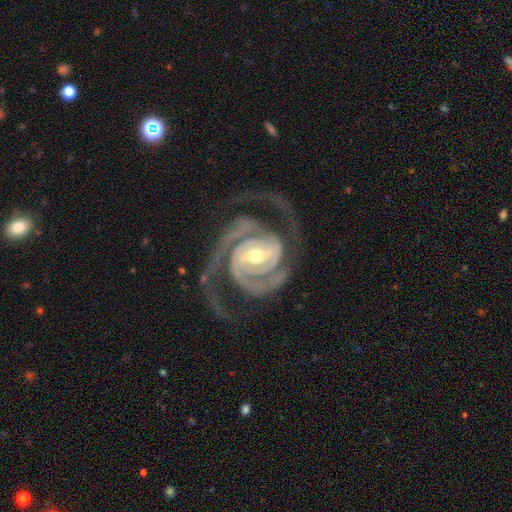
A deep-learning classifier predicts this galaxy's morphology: The model was most divided on "bar": strong: 50%, weak: 34%, no: 16%. More confident: spiral arms — yes (99%); edge-on disk — no (98%); smooth or featured — featured or disk (94%); merging — none (73%); spiral arm count — 2 (67%); bulge size — moderate (60%); spiral winding — tight (57%).